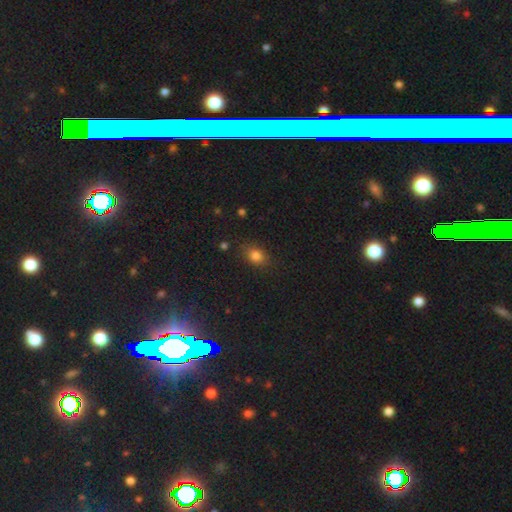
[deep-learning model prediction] smooth 80%, star or artifact 13%, featured or disk 6%. Down the decision tree: how rounded — in between (64%); merging — none (81%).